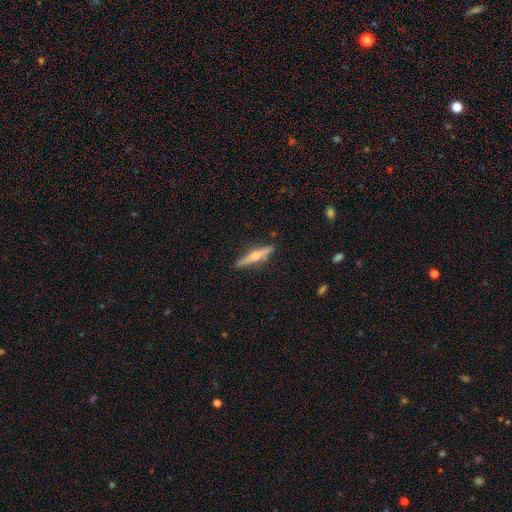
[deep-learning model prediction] A featured or disk galaxy (65%) viewed edge-on (97%) with a rounded central bulge (93%).

Vote fractions:
- Smooth or featured? featured or disk: 65% / smooth: 29% / star or artifact: 6%
- Edge-on disk? yes: 97% / no: 3%
- Edge-on bulge? rounded: 93% / none: 4% / boxy: 3%
- Merging? none: 88% / minor disturbance: 8% / major disturbance: 2% / merger: 1%